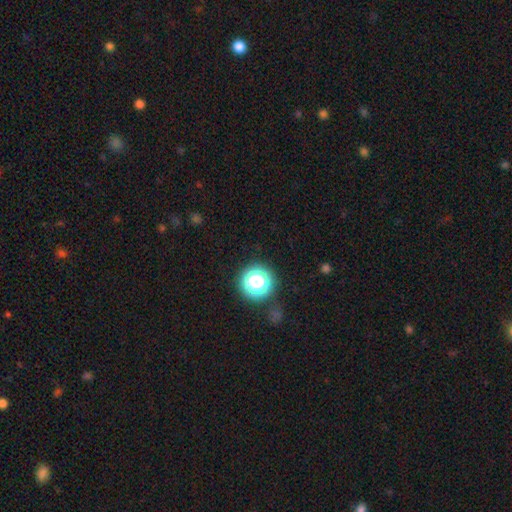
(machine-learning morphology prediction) A star or artifact, not a galaxy (67%).